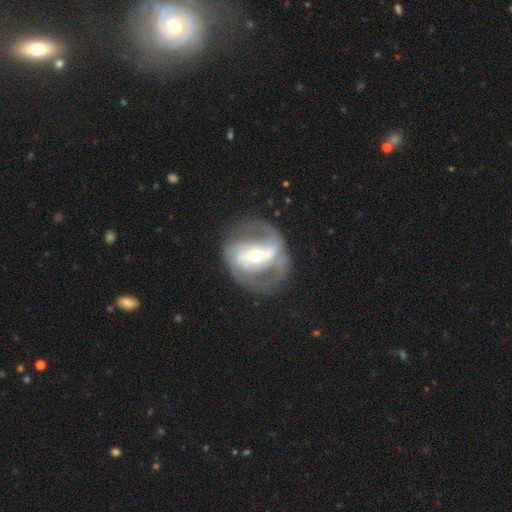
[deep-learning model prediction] Morphology: type=featured or disk (78%); edge-on=no (95%); bar=strong (43%); spiral arms=yes (70%); winding=medium (43%); arm count=2 (77%); bulge=moderate (57%); merging=none (63%).